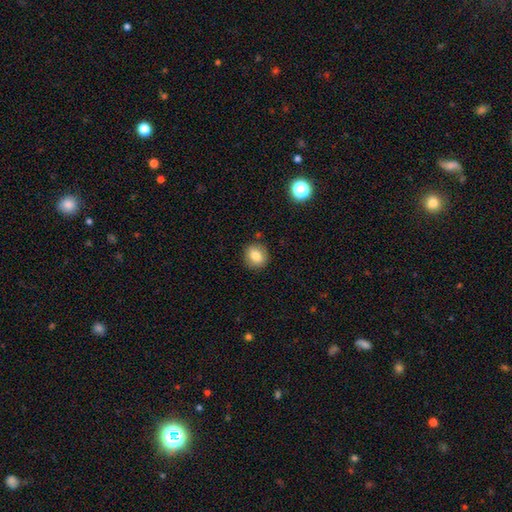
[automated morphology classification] Smooth or featured? smooth (80%)
How rounded? round (76%)
Merging? none (86%)